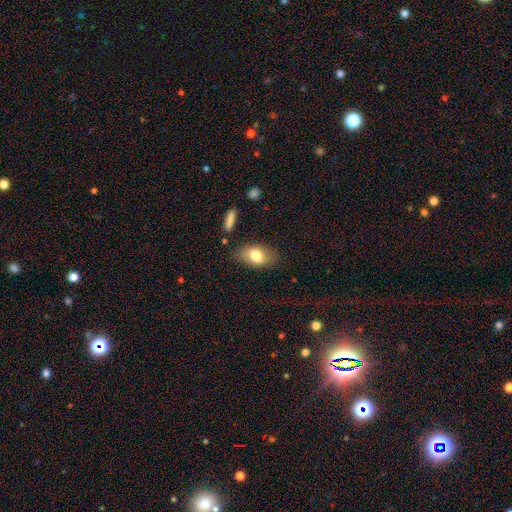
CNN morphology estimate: Overall: smooth (78%). How rounded: in between (89%). Merging: none (76%).